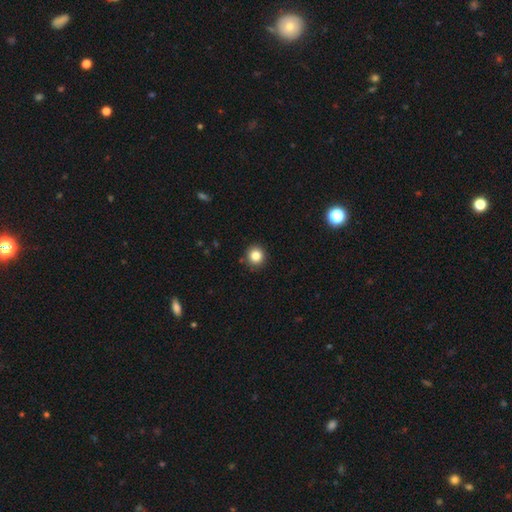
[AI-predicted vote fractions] Morphology: type=smooth (84%); roundness=round (91%); merging=none (90%).